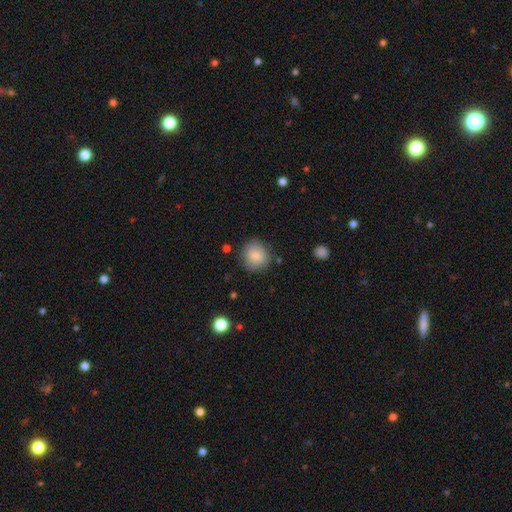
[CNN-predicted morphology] Smooth or featured: smooth — 83% (featured or disk — 9%)
How rounded: round — 83% (in between — 16%)
Merging: none — 79% (minor disturbance — 14%)